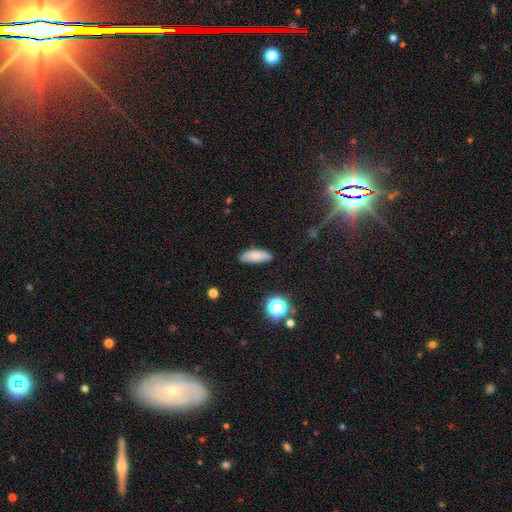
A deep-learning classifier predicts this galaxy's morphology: Smooth or featured? Predicted: smooth (p=0.82). How rounded? Predicted: in between (p=0.67). Merging? Predicted: none (p=0.80).